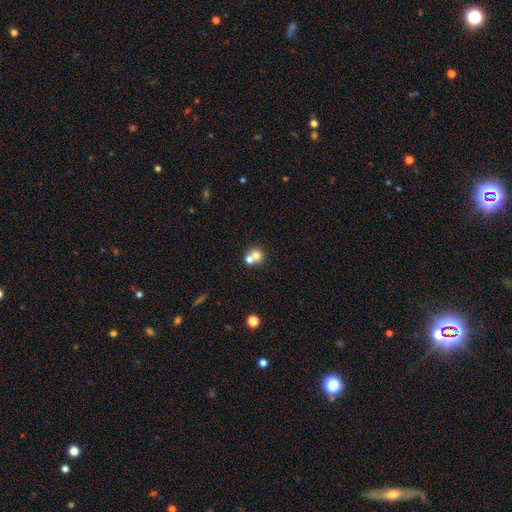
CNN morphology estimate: smooth 71%, featured or disk 16%, star or artifact 12%. Down the decision tree: how rounded — round (85%); merging — merger (53%).